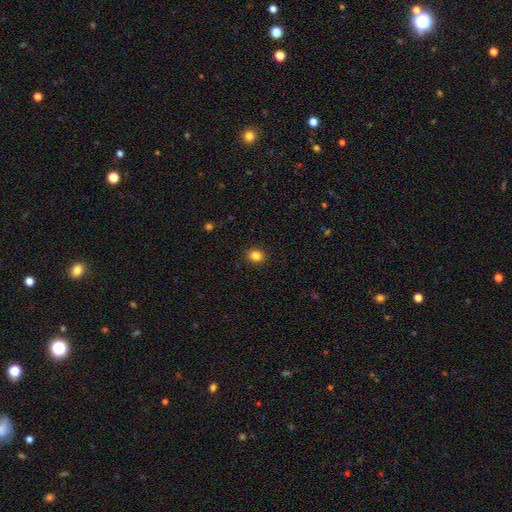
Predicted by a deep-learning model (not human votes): smooth_or_featured: smooth (p=0.84) [alt: star or artifact p=0.11]
how_rounded: round (p=0.64) [alt: in between p=0.36]
merging: none (p=0.91) [alt: minor disturbance p=0.06]